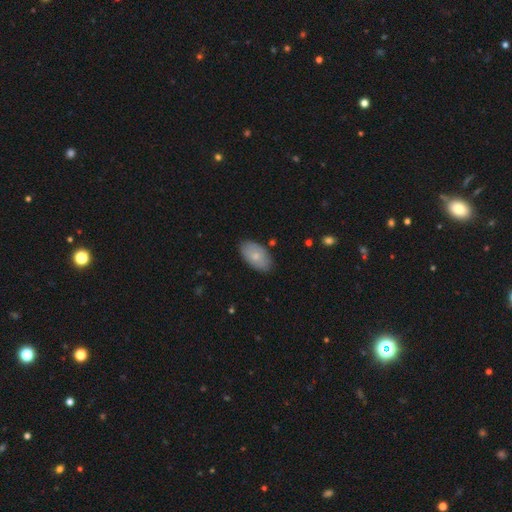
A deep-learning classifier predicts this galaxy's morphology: Smooth or featured: smooth — 74% (featured or disk — 20%)
How rounded: in between — 94% (round — 4%)
Merging: none — 83% (minor disturbance — 13%)